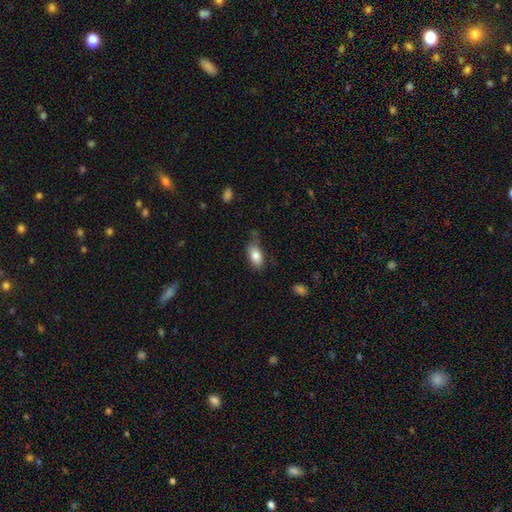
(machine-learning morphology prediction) A smooth galaxy with no disk features (82%) that is in between round and cigar-shaped (91%). Merging: none (58%).